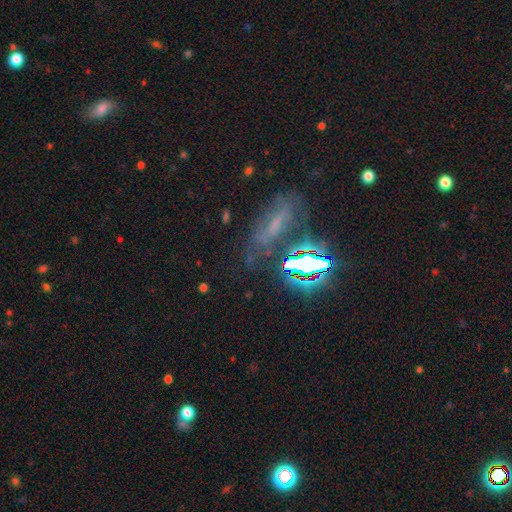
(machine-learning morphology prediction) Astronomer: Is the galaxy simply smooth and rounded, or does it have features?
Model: star or artifact — 54%.